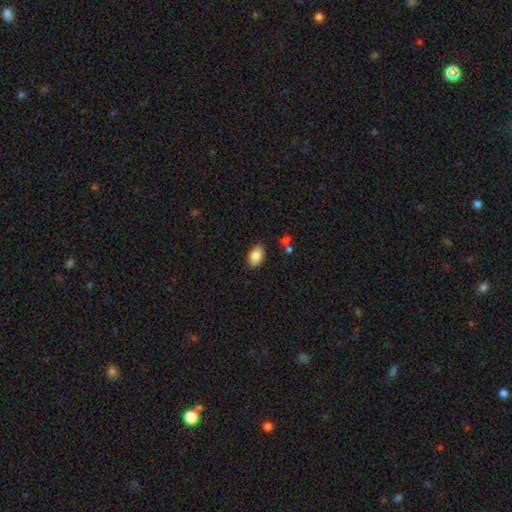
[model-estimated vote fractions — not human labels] This appears to be a smooth galaxy with no disk features (86%) that is in between round and cigar-shaped (93%). Merging: none (85%).